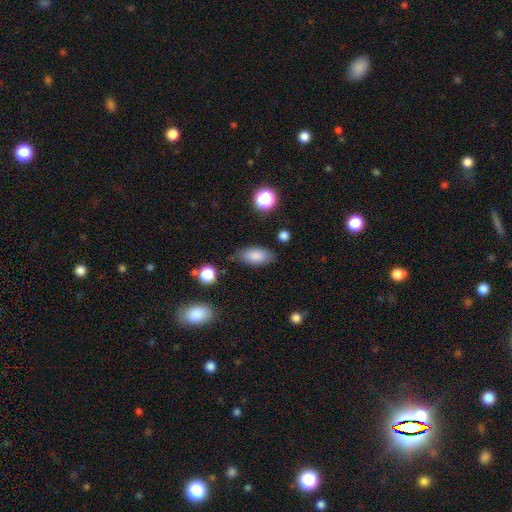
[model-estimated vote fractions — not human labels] A smooth galaxy with no disk features (84%) that is in between round and cigar-shaped (89%).

Vote fractions:
- Smooth or featured? smooth: 84% / featured or disk: 9% / star or artifact: 8%
- How rounded? in between: 89% / cigar-shaped: 7% / round: 4%
- Merging? none: 79% / minor disturbance: 14% / major disturbance: 4% / merger: 3%